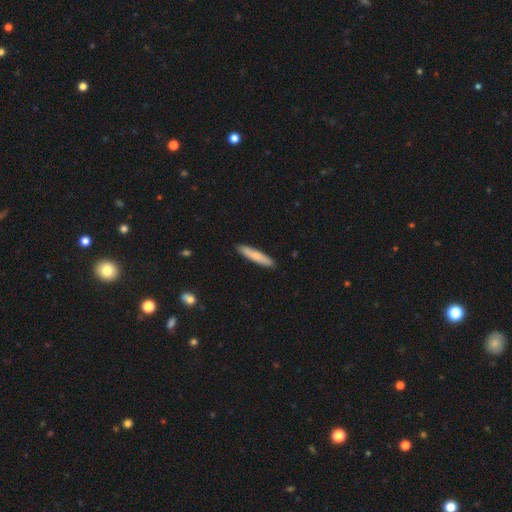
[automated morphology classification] A smooth galaxy with no disk features (78%) that is cigar-shaped (89%).

Vote fractions:
- Smooth or featured? smooth: 78% / featured or disk: 16% / star or artifact: 5%
- How rounded? cigar-shaped: 89% / in between: 9% / round: 1%
- Merging? none: 90% / minor disturbance: 7% / major disturbance: 1% / merger: 1%